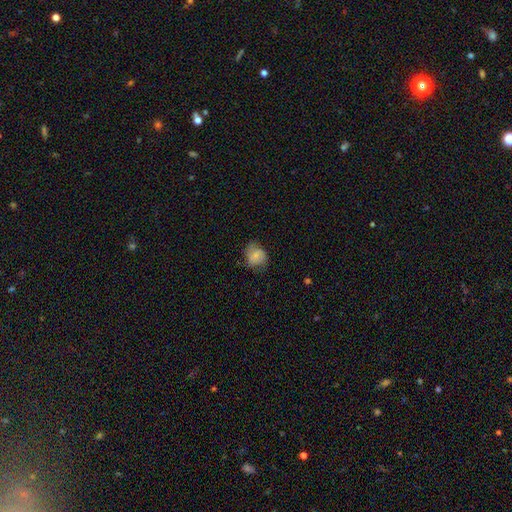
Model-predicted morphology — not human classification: smooth_or_featured: smooth (p=0.72) [alt: featured or disk p=0.20]
how_rounded: round (p=0.65) [alt: in between p=0.34]
merging: none (p=0.60) [alt: minor disturbance p=0.29]